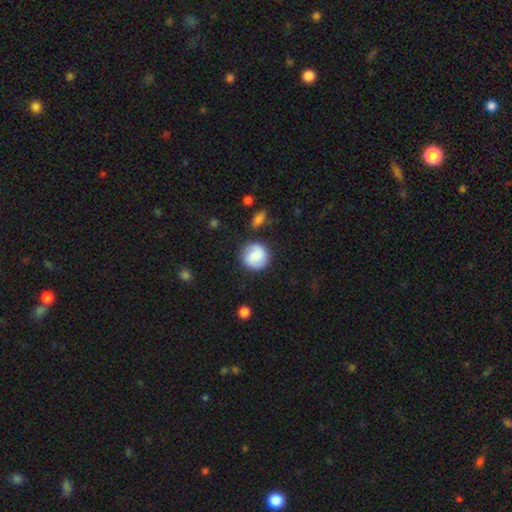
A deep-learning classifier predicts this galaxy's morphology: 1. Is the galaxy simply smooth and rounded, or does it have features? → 78% smooth, 15% featured or disk, 7% star or artifact.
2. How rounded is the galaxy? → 93% round, 6% in between, 1% cigar-shaped.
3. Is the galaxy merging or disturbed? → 83% none, 11% minor disturbance, 3% major disturbance, 3% merger.